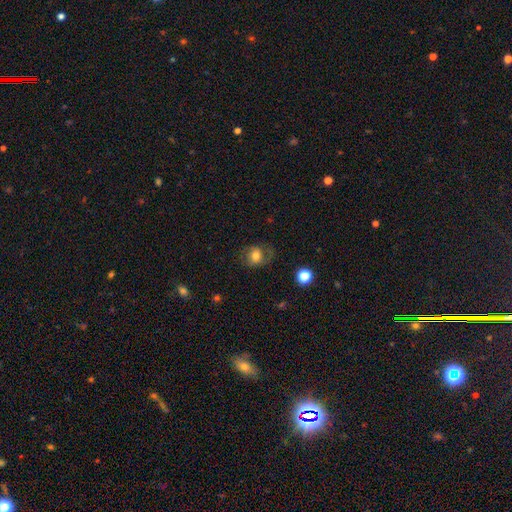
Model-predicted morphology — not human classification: A smooth galaxy with no disk features (60%) that is round (62%).

Vote fractions:
- Smooth or featured? smooth: 60% / featured or disk: 29% / star or artifact: 11%
- How rounded? round: 62% / in between: 37% / cigar-shaped: 1%
- Merging? none: 61% / minor disturbance: 21% / major disturbance: 16% / merger: 2%